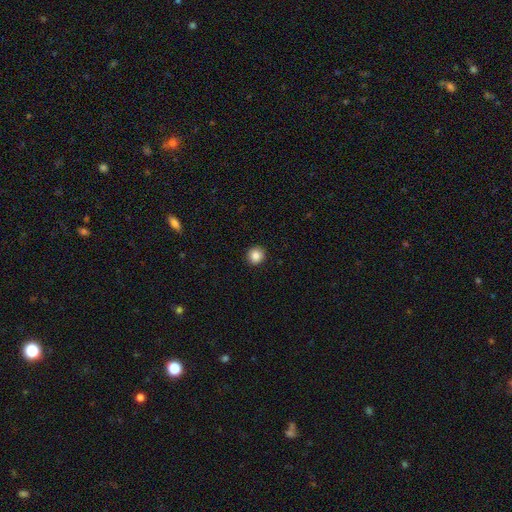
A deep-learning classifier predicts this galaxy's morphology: type=smooth (87%); roundness=round (92%); merging=none (93%).